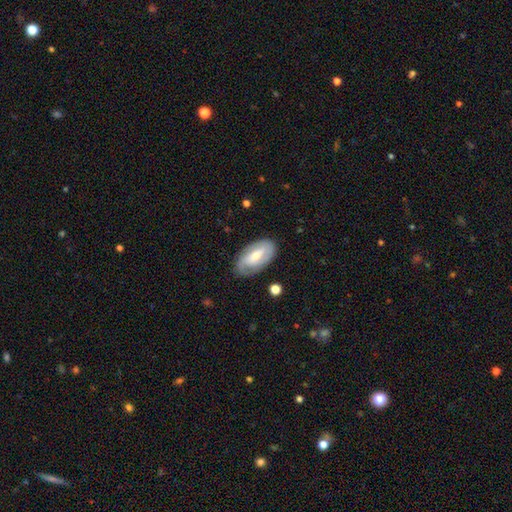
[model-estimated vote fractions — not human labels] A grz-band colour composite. It shows a featured or disk galaxy (53%). Merging: none (77%).